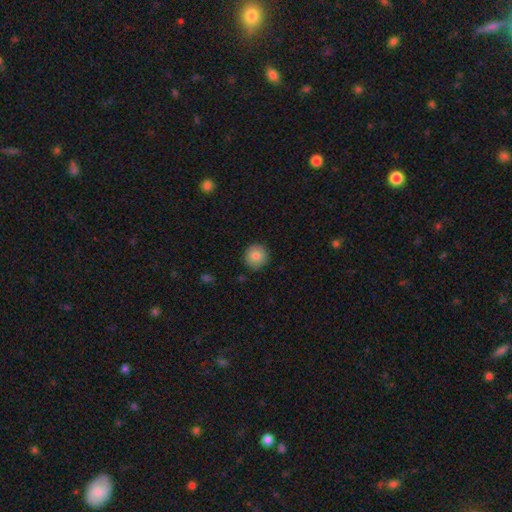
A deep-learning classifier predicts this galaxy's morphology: Q: Smooth or featured?
A: smooth (84%); runner-up: star or artifact (8%)
Q: How rounded?
A: round (94%); runner-up: in between (5%)
Q: Merging?
A: none (89%); runner-up: minor disturbance (8%)